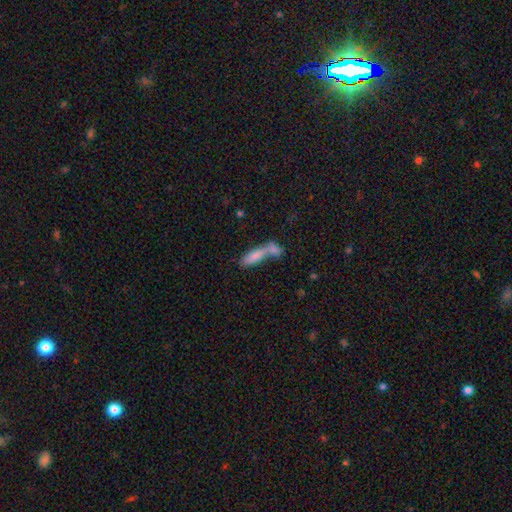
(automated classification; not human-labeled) smooth_or_featured: smooth (p=0.74) [alt: featured or disk p=0.18]
how_rounded: cigar-shaped (p=0.54) [alt: in between p=0.43]
merging: merger (p=0.57) [alt: none p=0.28]